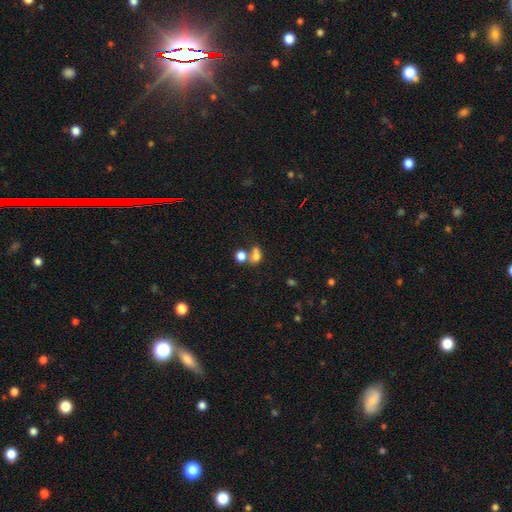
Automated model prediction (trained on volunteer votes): This appears to be a smooth galaxy with no disk features (73%) that is in between round and cigar-shaped (55%). Merging: merger (55%).